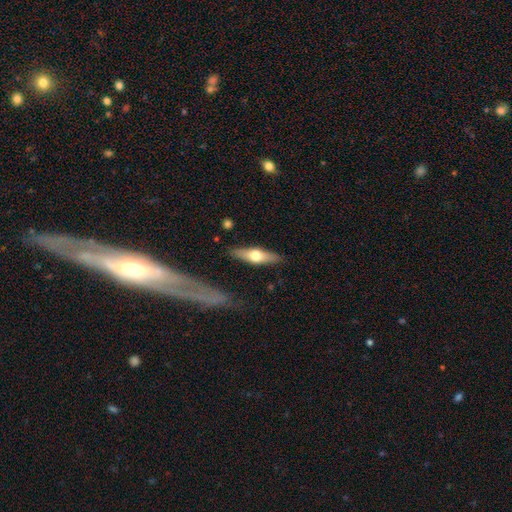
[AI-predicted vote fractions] The model was most divided on "smooth or featured": smooth: 48%, featured or disk: 47%, star or artifact: 5%. More confident: merging — none (86%).